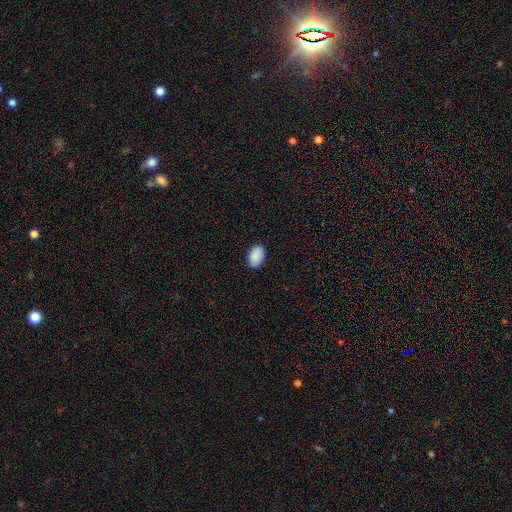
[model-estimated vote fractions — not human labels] Overall: smooth (90%). How rounded: in between (91%). Merging: none (88%).